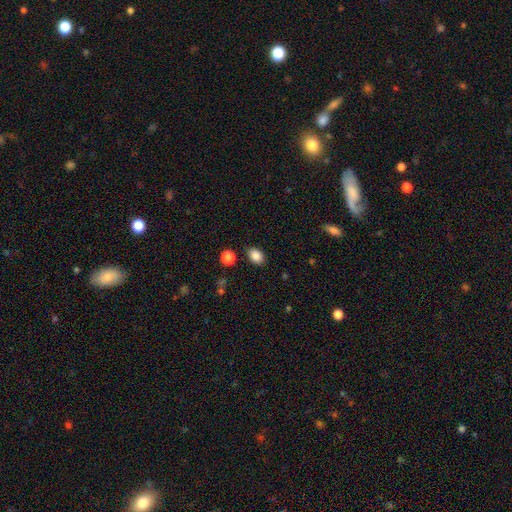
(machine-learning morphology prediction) Smooth or featured? smooth (86%)
How rounded? in between (76%)
Merging? none (84%)